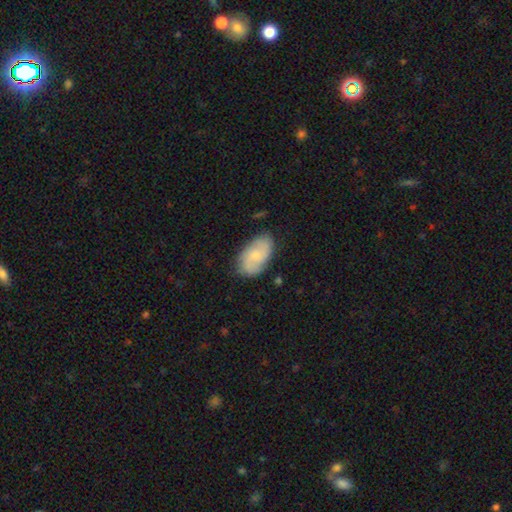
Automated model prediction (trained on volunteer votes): Smooth or featured? smooth (50%)
Merging? none (75%)